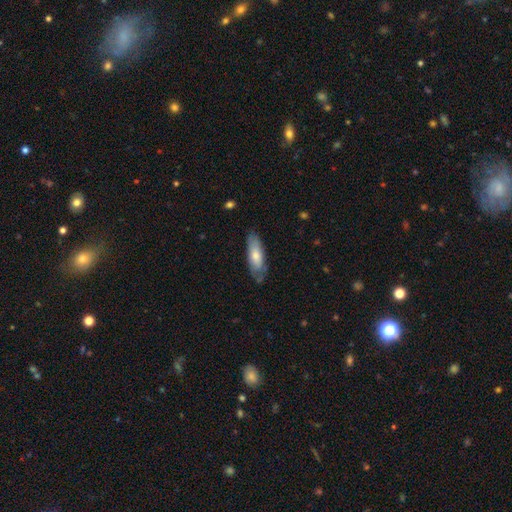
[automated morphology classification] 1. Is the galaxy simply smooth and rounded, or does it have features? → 66% smooth, 28% featured or disk, 5% star or artifact.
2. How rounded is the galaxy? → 61% in between, 37% cigar-shaped, 2% round.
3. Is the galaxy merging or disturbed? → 68% none, 24% minor disturbance, 6% major disturbance, 2% merger.